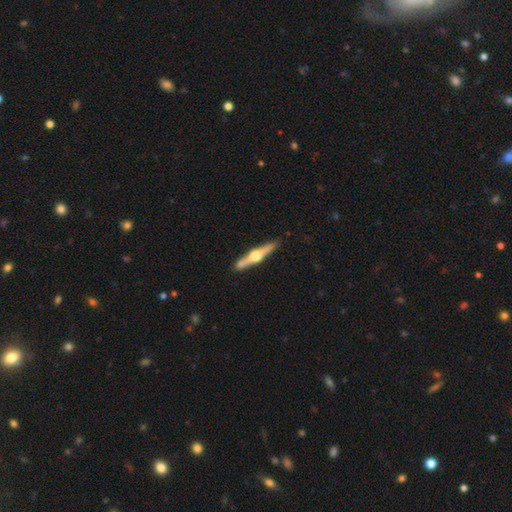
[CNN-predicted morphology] A featured or disk galaxy (79%) viewed edge-on (98%) with a rounded central bulge (95%). Merging: none (90%).